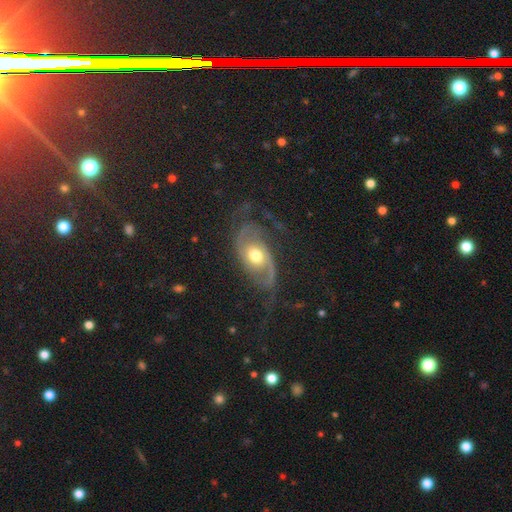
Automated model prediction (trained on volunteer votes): Overall: featured or disk (81%). Edge-on disk: no (94%). Bar: no (70%). Spiral arms: yes (92%). Spiral arm count: 2 (80%). Spiral winding: medium (42%; loose 36%). Bulge size: moderate (74%). Merging: none (61%).